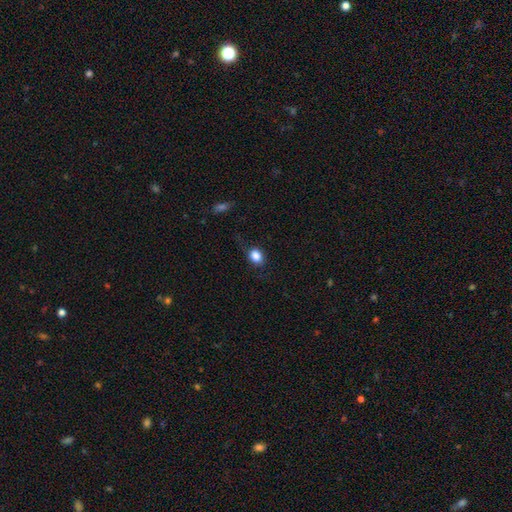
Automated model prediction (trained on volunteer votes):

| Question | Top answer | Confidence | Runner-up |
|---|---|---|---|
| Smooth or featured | smooth | 83% | star or artifact (10%) |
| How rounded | in between | 51% | round (48%) |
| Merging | none | 69% | minor disturbance (21%) |